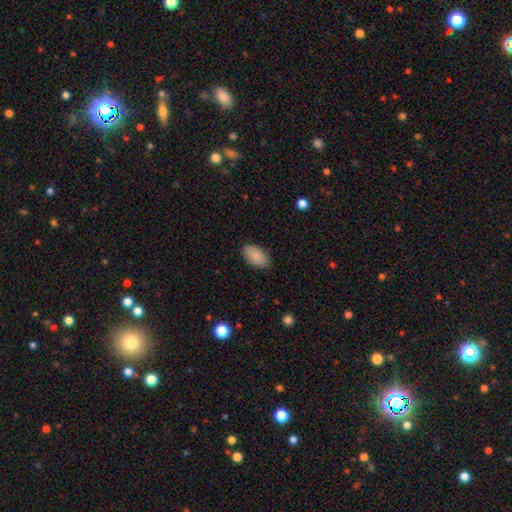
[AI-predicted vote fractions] smooth_or_featured: smooth (p=0.88) [alt: star or artifact p=0.06]
how_rounded: in between (p=0.95) [alt: round p=0.03]
merging: none (p=0.86) [alt: minor disturbance p=0.11]